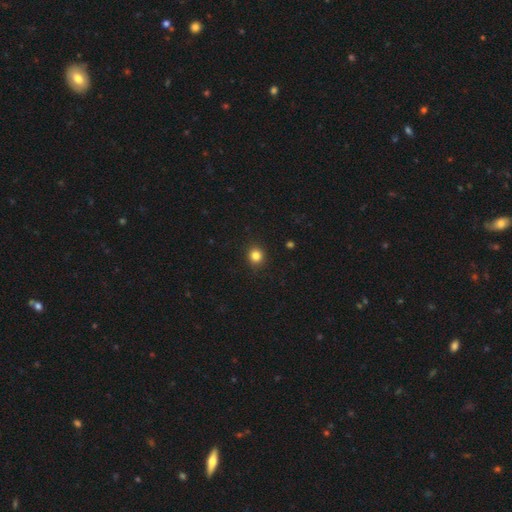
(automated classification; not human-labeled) Smooth or featured: smooth — 83% (star or artifact — 12%)
How rounded: round — 87% (in between — 12%)
Merging: none — 91% (minor disturbance — 6%)